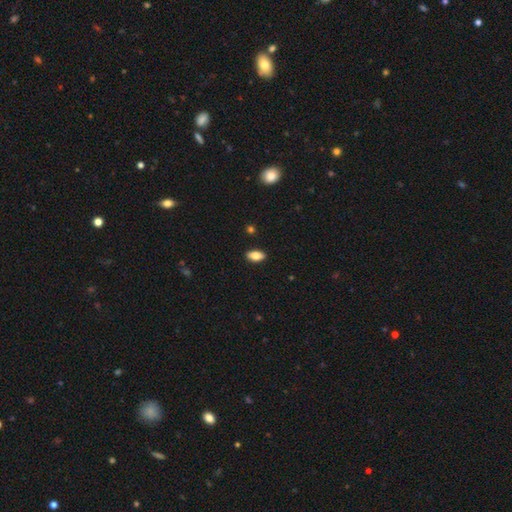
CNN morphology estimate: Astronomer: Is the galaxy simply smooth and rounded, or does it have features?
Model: smooth — 80%.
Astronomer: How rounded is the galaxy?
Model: in between — 90%.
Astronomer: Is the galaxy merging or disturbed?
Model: none — 90%.